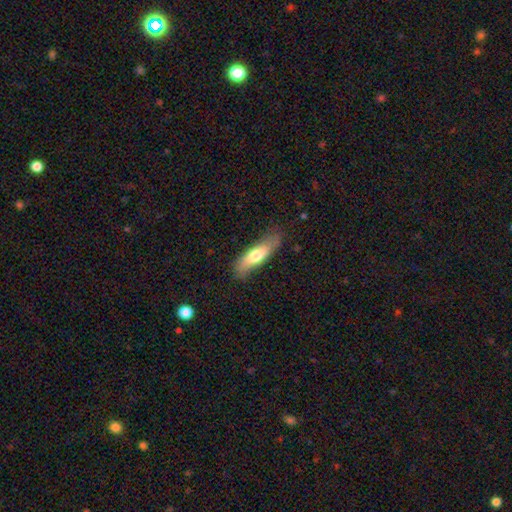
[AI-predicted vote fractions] This appears to be a smooth galaxy with no disk features (64%) that is cigar-shaped (58%). Merging: none (75%).